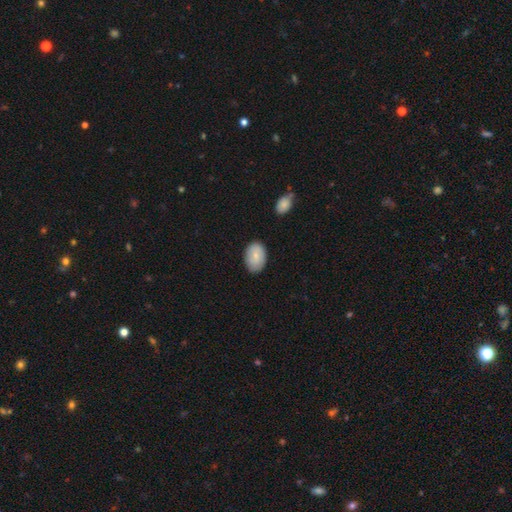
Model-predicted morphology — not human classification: Smooth or featured: smooth — 75% (featured or disk — 18%)
How rounded: in between — 84% (round — 15%)
Merging: none — 82% (minor disturbance — 14%)